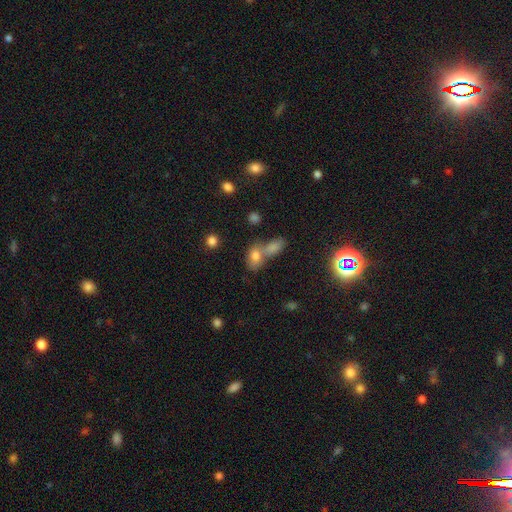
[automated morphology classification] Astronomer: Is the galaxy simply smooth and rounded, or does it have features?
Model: smooth — 75%.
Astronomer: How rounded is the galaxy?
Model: in between — 80%.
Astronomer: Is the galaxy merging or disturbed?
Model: merger — 53% (runner-up: none, 33%).